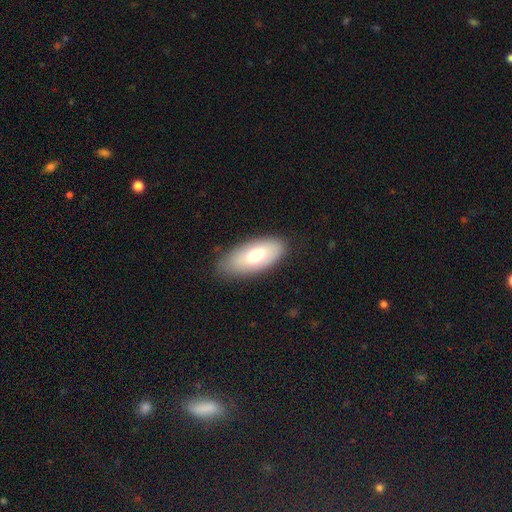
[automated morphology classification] This appears to be a smooth galaxy with no disk features (71%) that is in between round and cigar-shaped (88%). Merging: none (81%).